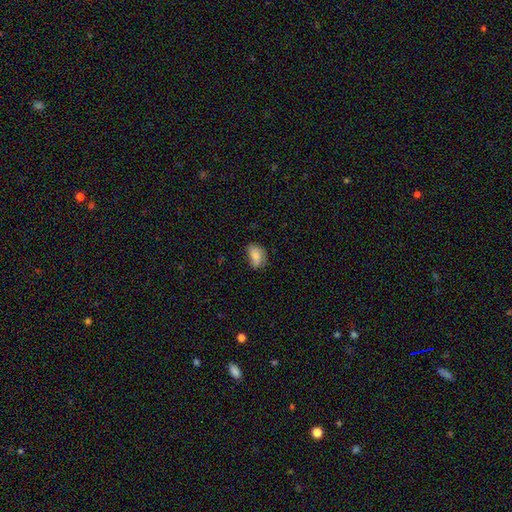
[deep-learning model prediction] smooth 77%, featured or disk 15%, star or artifact 8%. Down the decision tree: how rounded — in between (84%); merging — none (57%).